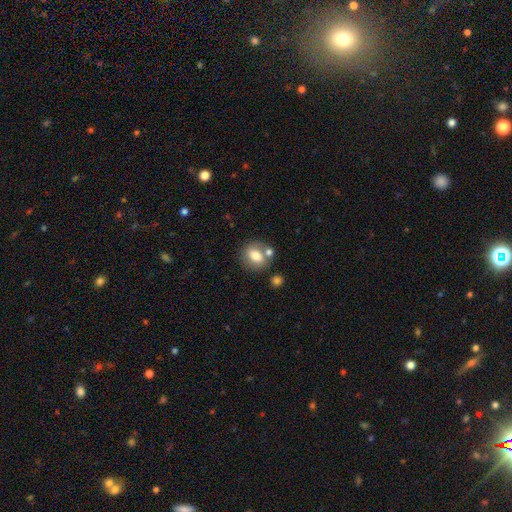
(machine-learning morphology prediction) Smooth or featured: smooth — 75% (featured or disk — 17%)
How rounded: in between — 51% (round — 47%)
Merging: none — 62% (merger — 20%)